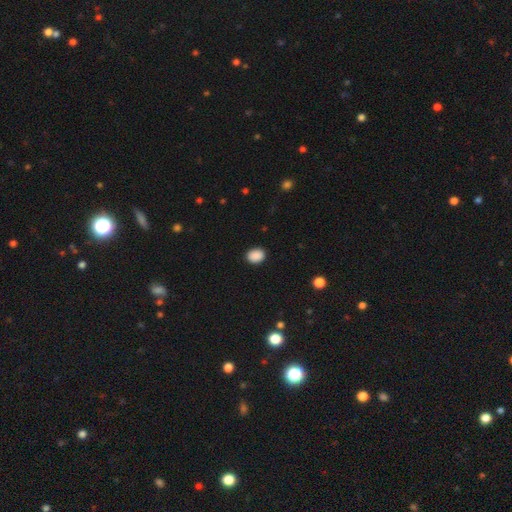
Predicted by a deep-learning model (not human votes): Morphology: type=smooth (89%); roundness=in between (56%); merging=none (89%).